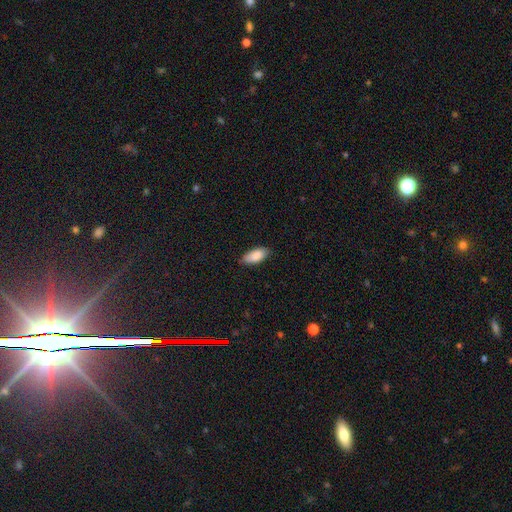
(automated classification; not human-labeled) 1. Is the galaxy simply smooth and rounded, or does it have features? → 88% smooth, 6% star or artifact, 6% featured or disk.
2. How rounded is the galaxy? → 89% in between, 10% cigar-shaped, 2% round.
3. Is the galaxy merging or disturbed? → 83% none, 14% minor disturbance, 2% major disturbance, 1% merger.